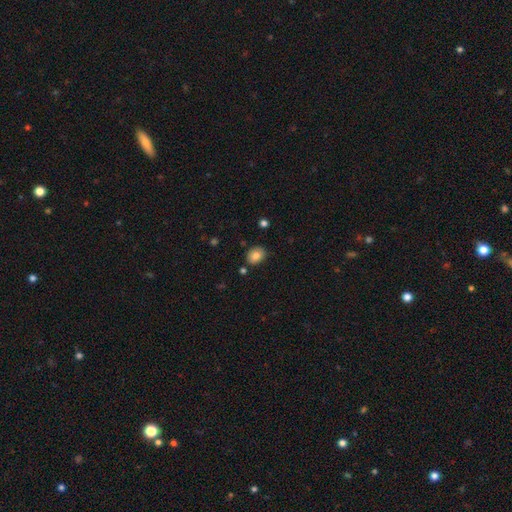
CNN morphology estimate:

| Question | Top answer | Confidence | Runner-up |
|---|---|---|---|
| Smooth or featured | smooth | 82% | featured or disk (9%) |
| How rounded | in between | 59% | round (40%) |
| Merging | none | 81% | minor disturbance (13%) |